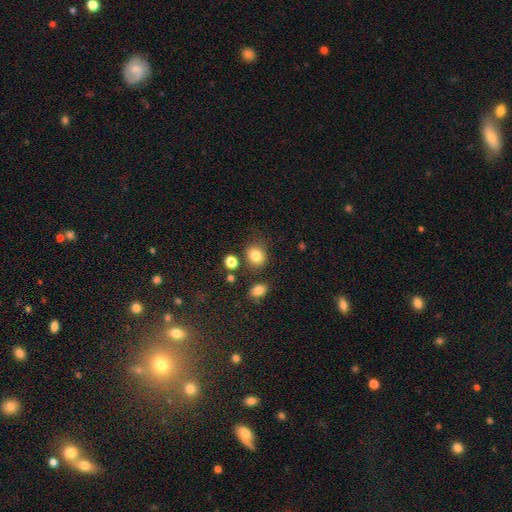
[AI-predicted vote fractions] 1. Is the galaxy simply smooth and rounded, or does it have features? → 82% smooth, 11% star or artifact, 7% featured or disk.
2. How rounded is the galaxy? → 66% round, 33% in between, 1% cigar-shaped.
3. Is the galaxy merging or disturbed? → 76% none, 13% minor disturbance, 6% merger, 4% major disturbance.